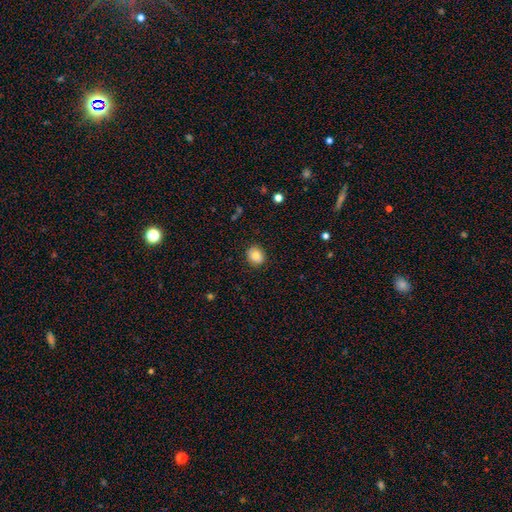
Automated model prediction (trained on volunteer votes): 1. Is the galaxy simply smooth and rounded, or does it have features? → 82% smooth, 9% star or artifact, 9% featured or disk.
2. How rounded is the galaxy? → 72% round, 28% in between, 1% cigar-shaped.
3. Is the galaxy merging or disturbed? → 89% none, 8% minor disturbance, 2% major disturbance, 1% merger.